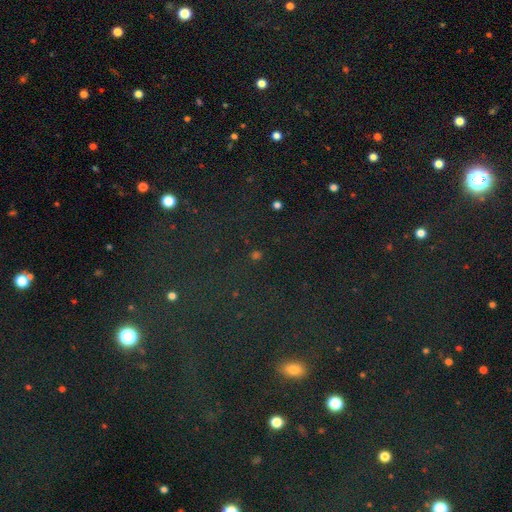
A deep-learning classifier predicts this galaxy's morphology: smooth_or_featured: star or artifact (p=0.67) [alt: smooth p=0.24]